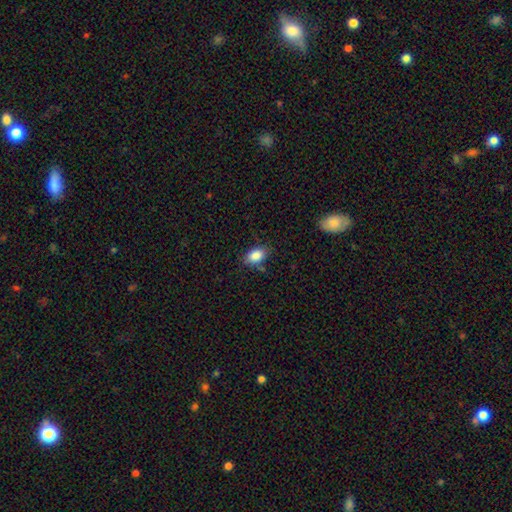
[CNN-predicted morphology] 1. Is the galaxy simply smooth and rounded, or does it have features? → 86% smooth, 8% star or artifact, 5% featured or disk.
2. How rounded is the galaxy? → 84% in between, 15% round, 2% cigar-shaped.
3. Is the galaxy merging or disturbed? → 73% none, 19% minor disturbance, 4% major disturbance, 4% merger.